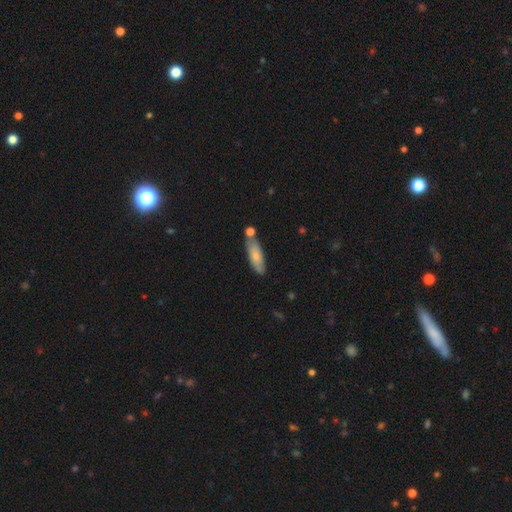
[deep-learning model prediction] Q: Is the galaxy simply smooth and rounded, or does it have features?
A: smooth — 70%.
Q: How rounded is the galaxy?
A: in between — 54%.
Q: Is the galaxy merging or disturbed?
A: none — 63%.